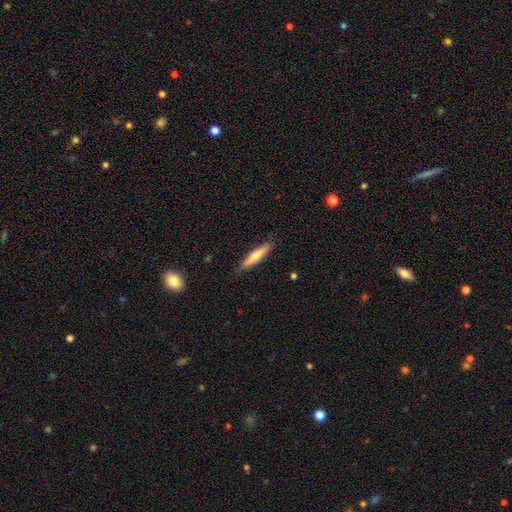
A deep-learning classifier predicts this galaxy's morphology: Smooth or featured? smooth (61%)
How rounded? cigar-shaped (90%)
Merging? none (87%)